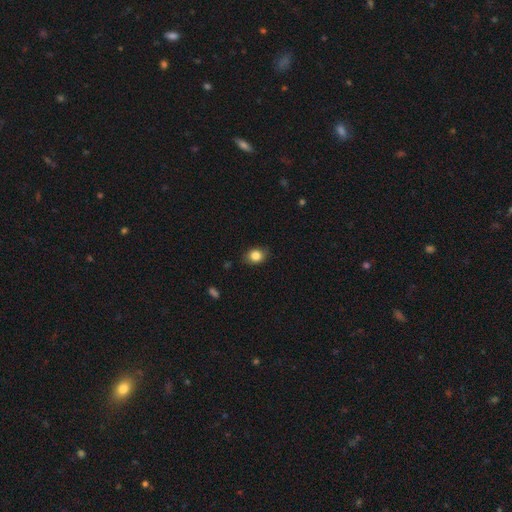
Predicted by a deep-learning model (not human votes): Smooth or featured? smooth (83%)
How rounded? round (51%)
Merging? none (81%)